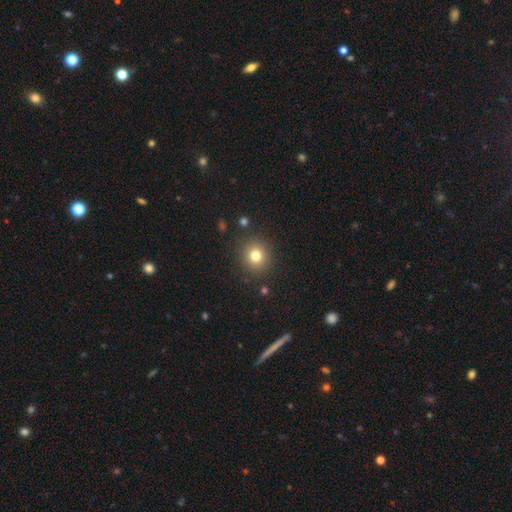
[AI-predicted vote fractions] Morphology: type=smooth (78%); roundness=round (89%); merging=none (88%).